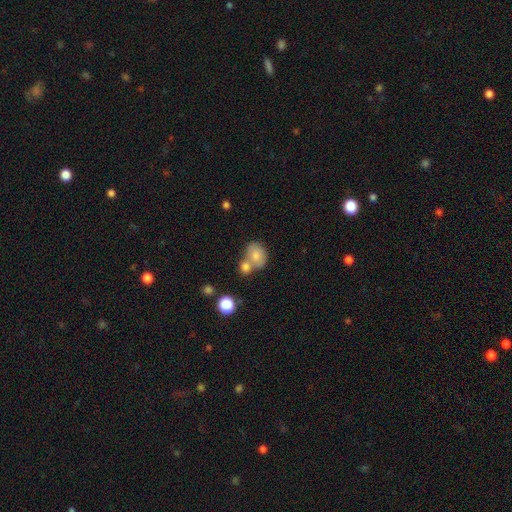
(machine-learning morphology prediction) Q: Smooth or featured?
A: smooth (77%); runner-up: featured or disk (15%)
Q: How rounded?
A: in between (50%); runner-up: round (49%)
Q: Merging?
A: merger (49%); runner-up: none (35%)